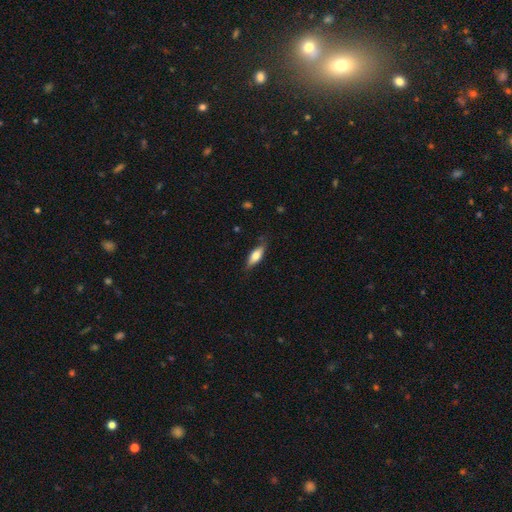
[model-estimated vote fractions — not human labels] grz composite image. It shows a smooth galaxy with no disk features (70%) that is in between round and cigar-shaped (61%). Merging: none (78%).